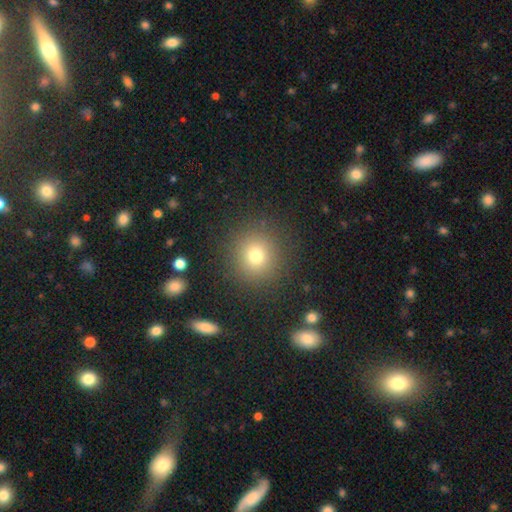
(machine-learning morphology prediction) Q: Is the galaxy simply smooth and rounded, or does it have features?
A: smooth — 75%.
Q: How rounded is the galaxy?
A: round — 91%.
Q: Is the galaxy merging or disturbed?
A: none — 88%.